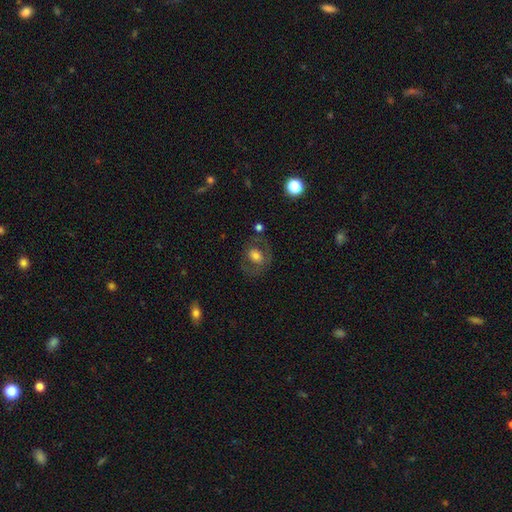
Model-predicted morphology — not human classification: The model was most divided on "how rounded": round: 55%, in between: 44%, cigar-shaped: 1%. More confident: merging — none (68%); smooth or featured — smooth (53%).